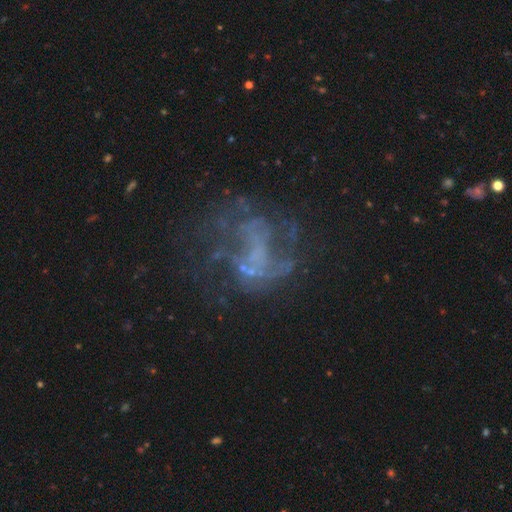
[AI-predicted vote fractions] smooth-or-featured: featured or disk: 70% | star or artifact: 19% | smooth: 12%
  disk-edge-on: no: 98% | yes: 2%
    bar: no: 71% | weak: 21% | strong: 8%
    has-spiral-arms: no: 53% | yes: 47%
    bulge-size: none: 73% | small: 17% | moderate: 7% | large: 2% | dominant: 1%
  merging: none: 46% | major disturbance: 34% | minor disturbance: 15% | merger: 5%